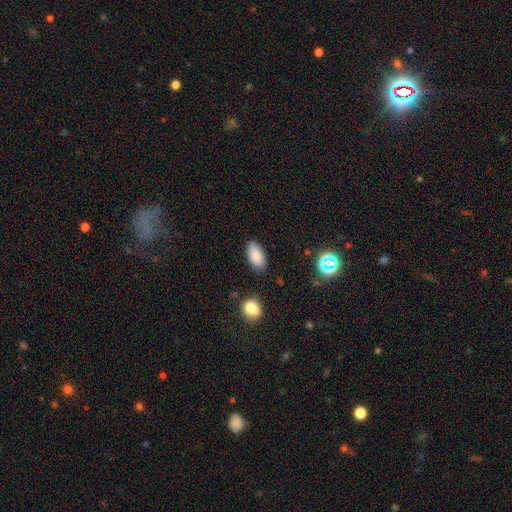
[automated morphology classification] type=smooth (86%); roundness=in between (92%); merging=none (82%).